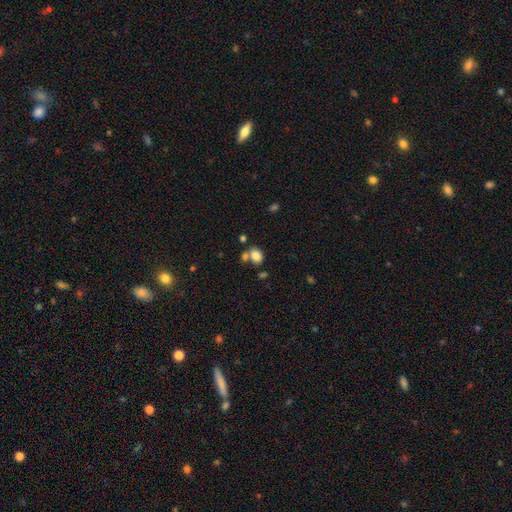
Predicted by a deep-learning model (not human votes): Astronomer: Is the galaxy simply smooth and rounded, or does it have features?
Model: smooth — 82%.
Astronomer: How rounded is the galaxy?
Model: in between — 69%.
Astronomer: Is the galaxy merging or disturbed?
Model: none — 53% (runner-up: merger, 29%).